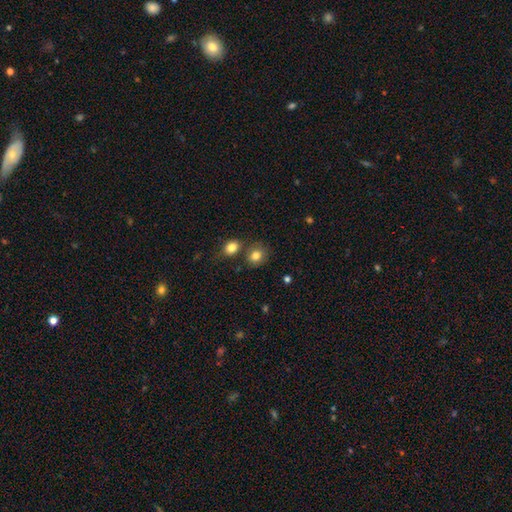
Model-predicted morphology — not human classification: type=smooth (82%); roundness=round (66%); merging=none (69%).